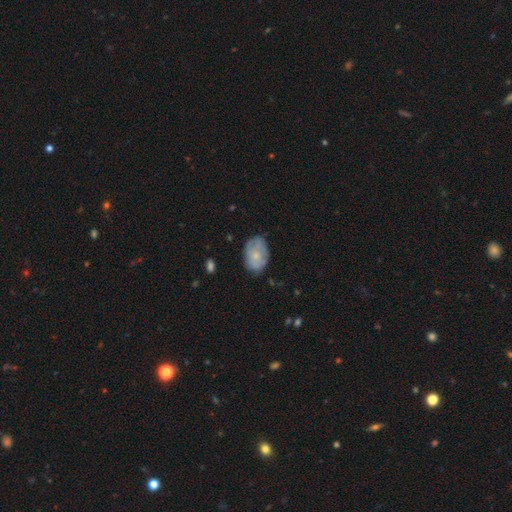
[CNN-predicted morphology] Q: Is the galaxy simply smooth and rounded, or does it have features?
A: smooth — 55%.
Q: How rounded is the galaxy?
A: in between — 81%.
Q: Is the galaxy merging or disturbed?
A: none — 69%.